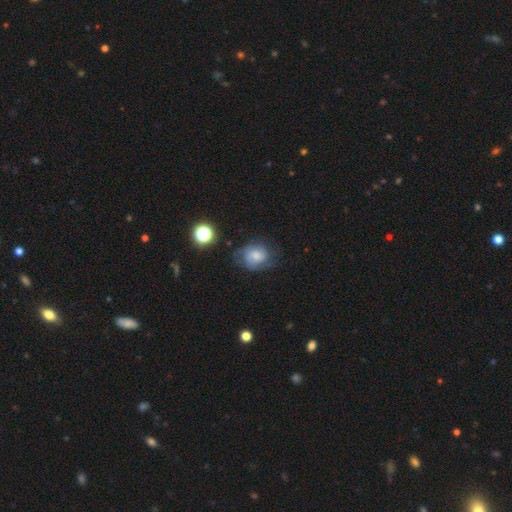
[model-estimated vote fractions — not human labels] Smooth or featured? smooth (53%)
How rounded? round (64%)
Merging? none (52%)